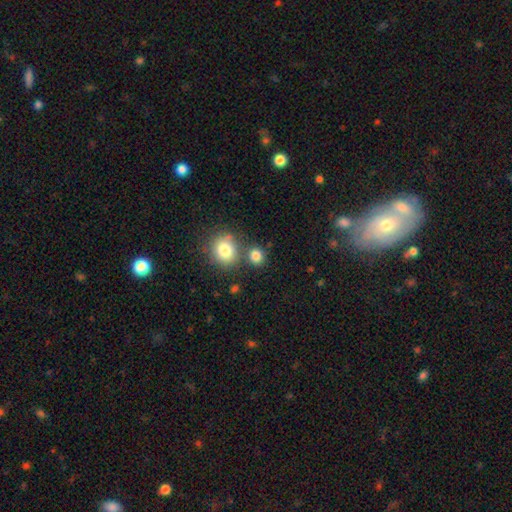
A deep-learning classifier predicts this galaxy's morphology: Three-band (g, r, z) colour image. It shows a smooth galaxy with no disk features (83%) that is round (80%). Merging: none (69%).